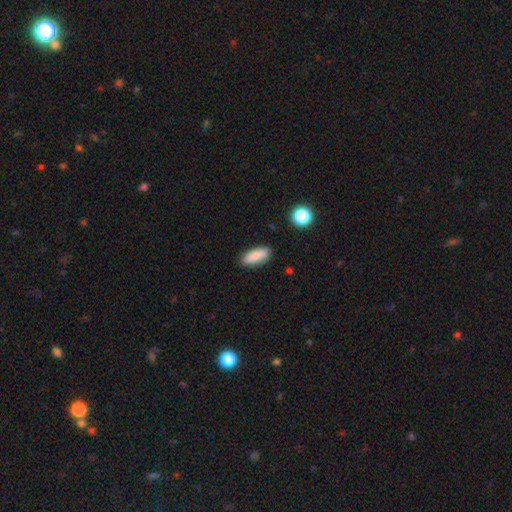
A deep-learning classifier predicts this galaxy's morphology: smooth_or_featured: smooth (p=0.85) [alt: star or artifact p=0.07]
how_rounded: in between (p=0.73) [alt: cigar-shaped p=0.25]
merging: none (p=0.83) [alt: minor disturbance p=0.13]